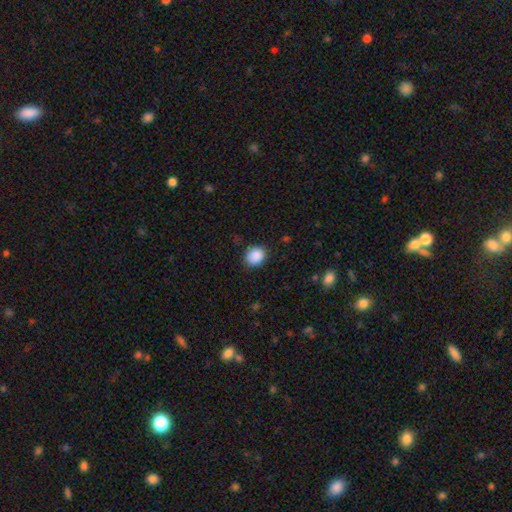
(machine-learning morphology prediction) The model was most divided on "how rounded": round: 62%, in between: 38%, cigar-shaped: 1%. More confident: smooth or featured — smooth (89%); merging — none (83%).